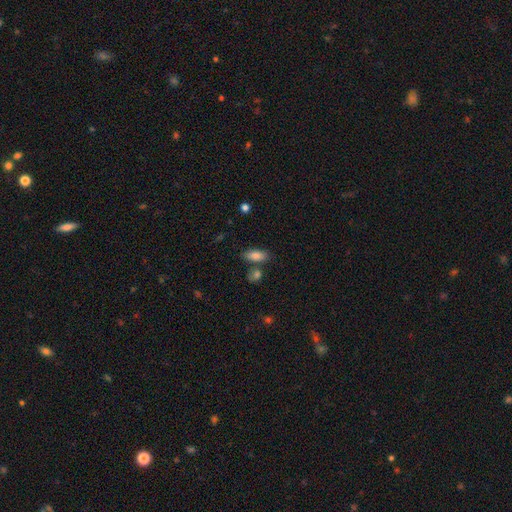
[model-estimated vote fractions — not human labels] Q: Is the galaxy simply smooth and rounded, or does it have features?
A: smooth — 81%.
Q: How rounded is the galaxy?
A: in between — 81%.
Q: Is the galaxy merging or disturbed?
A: none — 73%.